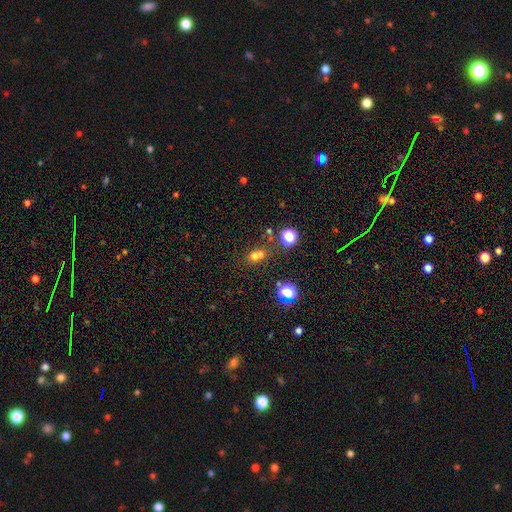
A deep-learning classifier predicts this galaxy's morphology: This is likely a smooth galaxy (64%). How rounded: likely round (72%). Merging: marginally none (45%).